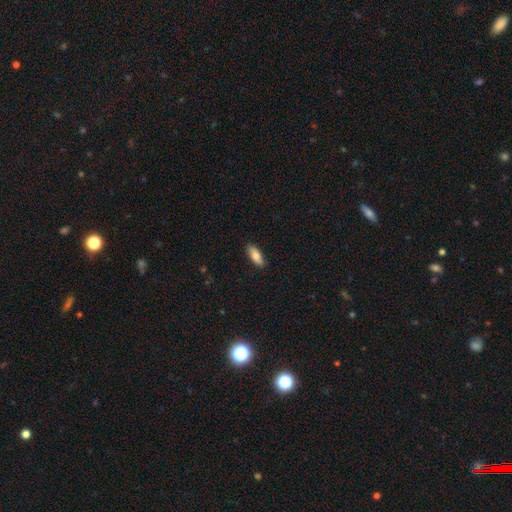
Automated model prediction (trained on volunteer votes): Smooth or featured: smooth — 79% (featured or disk — 15%)
How rounded: in between — 70% (cigar-shaped — 27%)
Merging: none — 87% (minor disturbance — 10%)